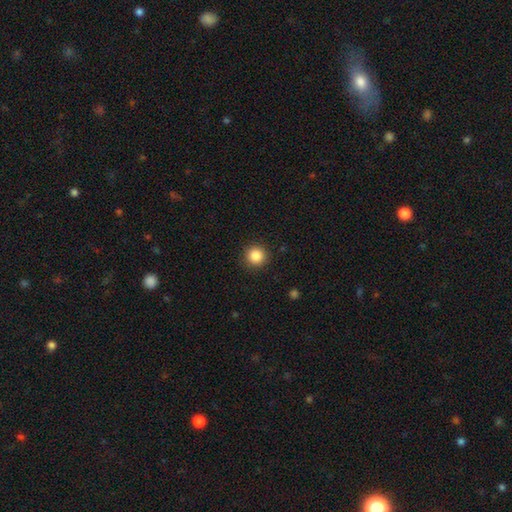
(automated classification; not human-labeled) Morphology: type=smooth (86%); roundness=round (95%); merging=none (91%).